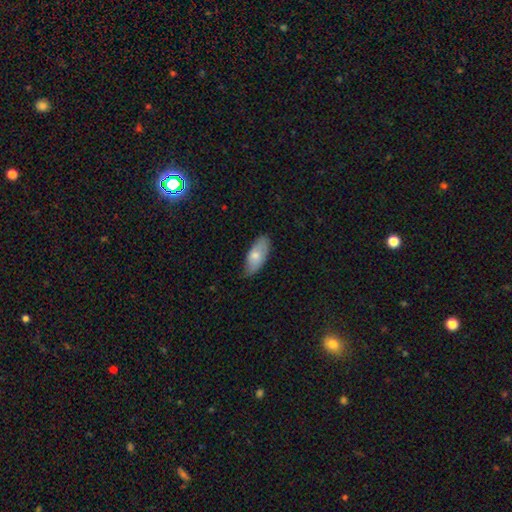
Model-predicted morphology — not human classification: type=smooth (74%); roundness=in between (86%); merging=none (71%).